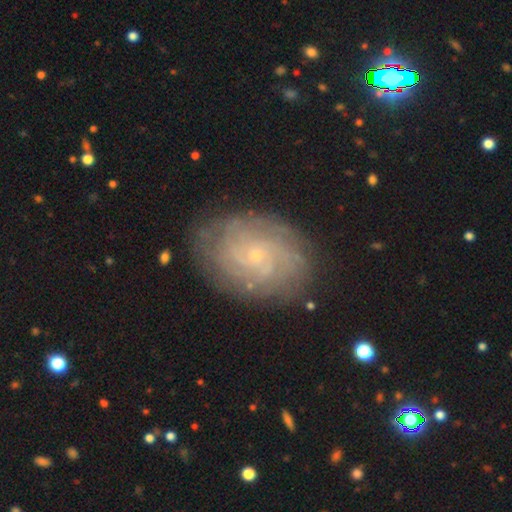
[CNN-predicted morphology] Smooth or featured? featured or disk (75%)
Edge-on disk? no (97%)
Bar? no (78%)
Spiral arms? yes (92%)
Spiral winding? tight (72%)
Spiral arm count? can't tell (44%)
Bulge size? small (87%)
Merging? none (82%)